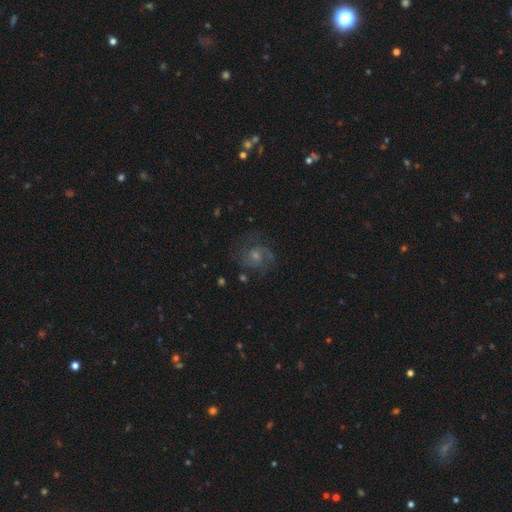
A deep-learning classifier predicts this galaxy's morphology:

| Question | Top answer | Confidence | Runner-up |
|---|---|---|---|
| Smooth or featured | featured or disk | 68% | star or artifact (18%) |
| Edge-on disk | no | 98% | yes (2%) |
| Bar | no | 64% | weak (31%) |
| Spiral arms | yes | 93% | no (7%) |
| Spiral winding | medium | 49% | tight (37%) |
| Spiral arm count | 2 | 56% | can't tell (20%) |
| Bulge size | small | 45% | moderate (44%) |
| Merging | none | 77% | minor disturbance (13%) |